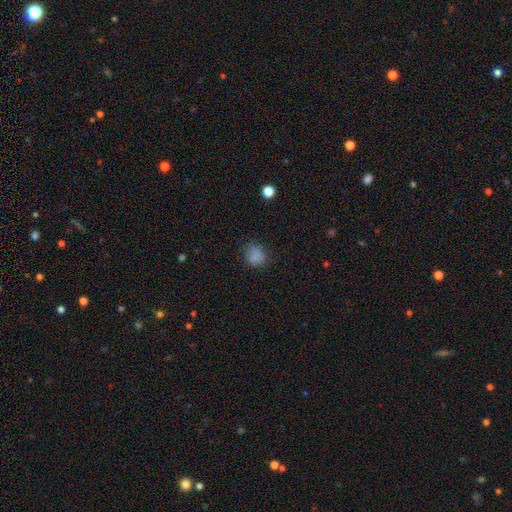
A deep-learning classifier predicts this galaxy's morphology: Smooth or featured? smooth (81%)
How rounded? round (78%)
Merging? none (76%)